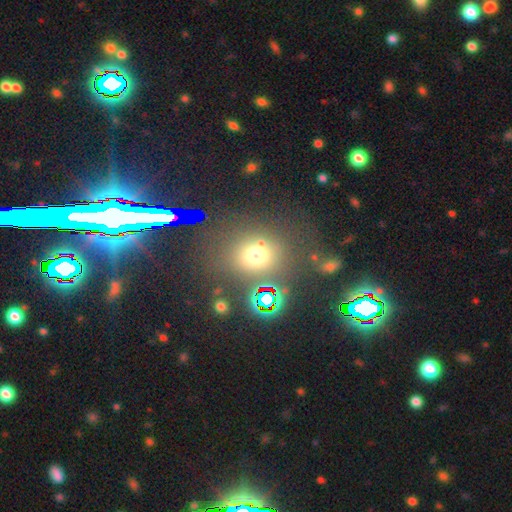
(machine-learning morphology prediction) Overall: smooth (64%; star or artifact 25%). How rounded: round (72%). Merging: none (68%).